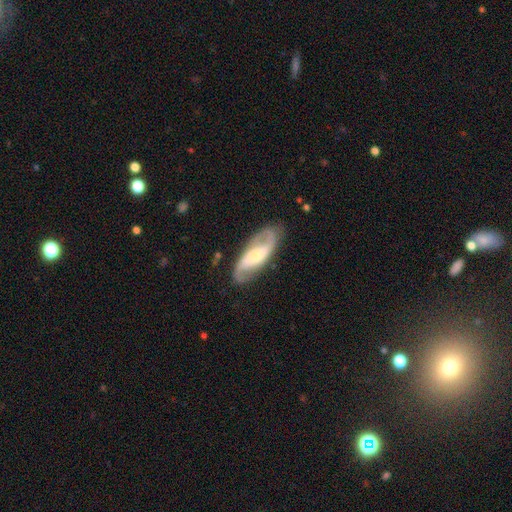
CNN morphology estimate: Smooth or featured? Predicted: featured or disk (p=0.81). Edge-on disk? Predicted: no (p=0.92). Bar? Predicted: weak (p=0.40). Spiral arms? Predicted: yes (p=0.94). Spiral winding? Predicted: loose (p=0.42, tied with medium). Spiral arm count? Predicted: 2 (p=0.91). Bulge size? Predicted: moderate (p=0.48). Merging? Predicted: none (p=0.82).